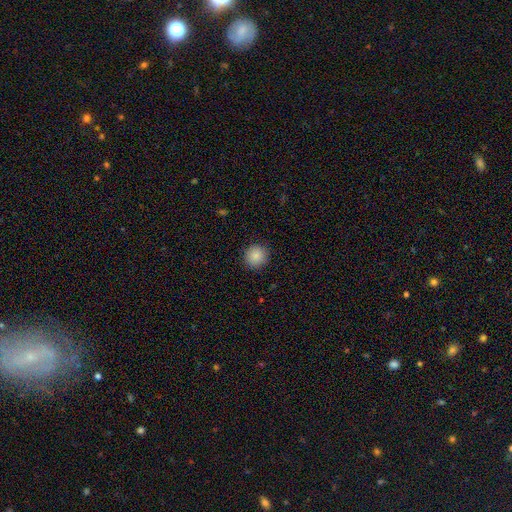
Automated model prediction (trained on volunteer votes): This is clearly a smooth galaxy (86%). How rounded: clearly round (92%). Merging: clearly none (90%).